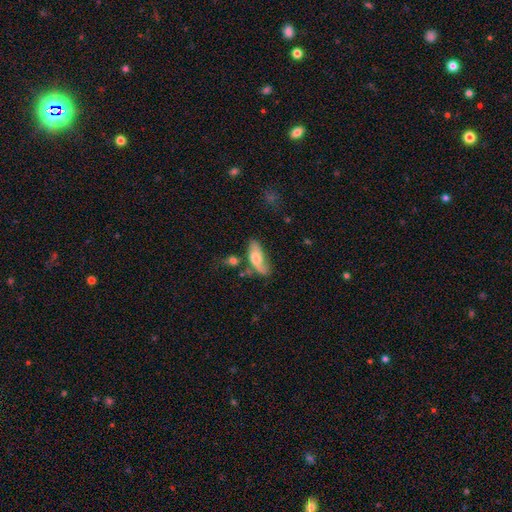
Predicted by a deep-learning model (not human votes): smooth 52%, featured or disk 40%, star or artifact 8%. Down the decision tree: how rounded — in between (73%); merging — none (43%).